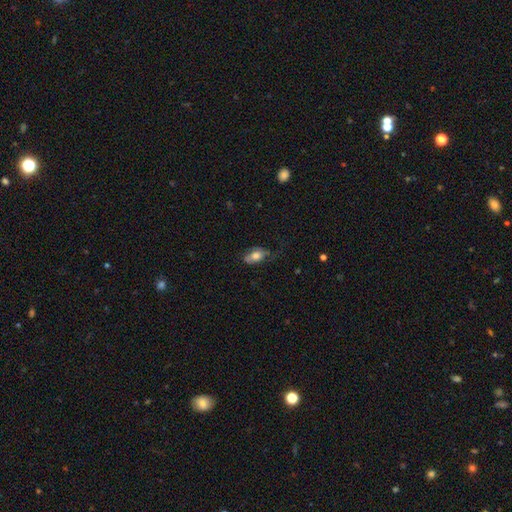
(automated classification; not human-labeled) Smooth or featured?
  - smooth: 68% *
  - featured or disk: 25%
  - star or artifact: 8%
How rounded?
  - in between: 88% *
  - round: 8%
  - cigar-shaped: 4%
Merging?
  - none: 45% *
  - minor disturbance: 31%
  - major disturbance: 21%
  - merger: 2%